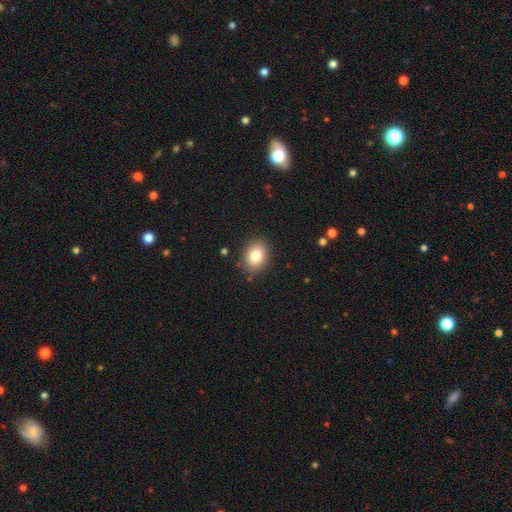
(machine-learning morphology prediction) Smooth or featured? smooth (82%)
How rounded? in between (57%)
Merging? none (87%)